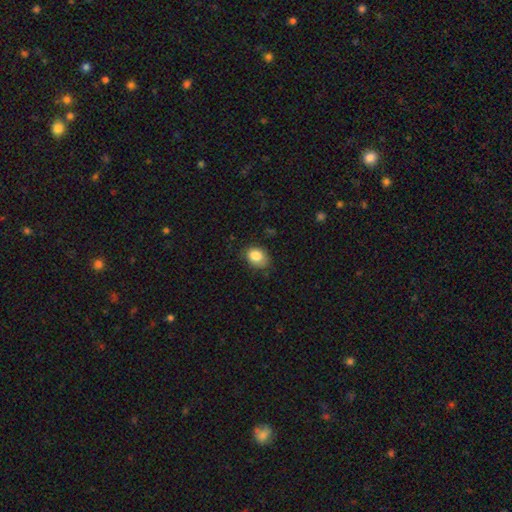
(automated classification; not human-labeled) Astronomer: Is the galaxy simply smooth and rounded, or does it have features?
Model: smooth — 84%.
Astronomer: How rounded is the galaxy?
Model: in between — 62% (runner-up: round, 37%).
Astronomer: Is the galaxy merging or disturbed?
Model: none — 70%.